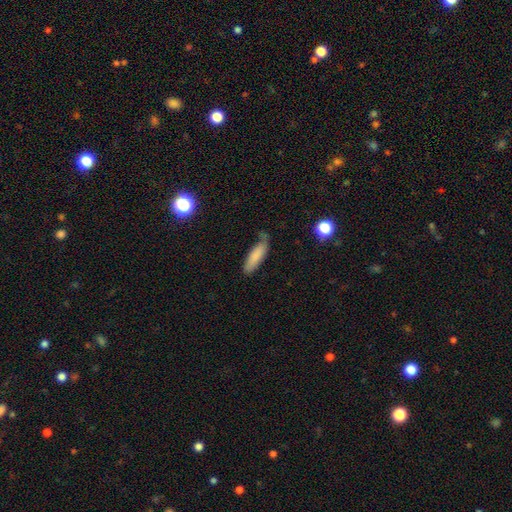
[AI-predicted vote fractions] Smooth or featured: smooth — 80% (featured or disk — 13%)
How rounded: cigar-shaped — 52% (in between — 46%)
Merging: none — 56% (minor disturbance — 31%)